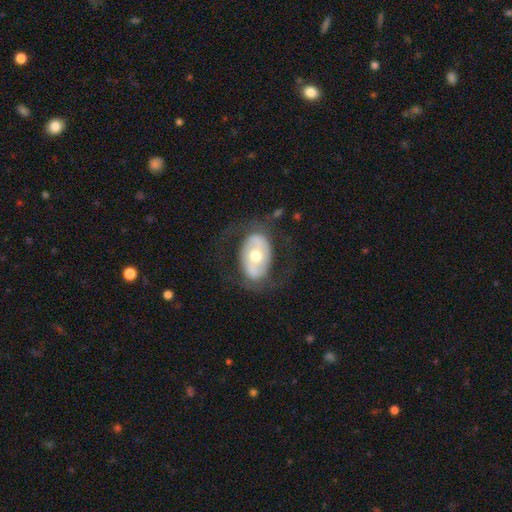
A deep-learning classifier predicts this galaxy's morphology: This appears to be a featured or disk galaxy (64%) with no bar (53%), spiral arms (53%) and a moderate central bulge (69%). Merging: none (68%).